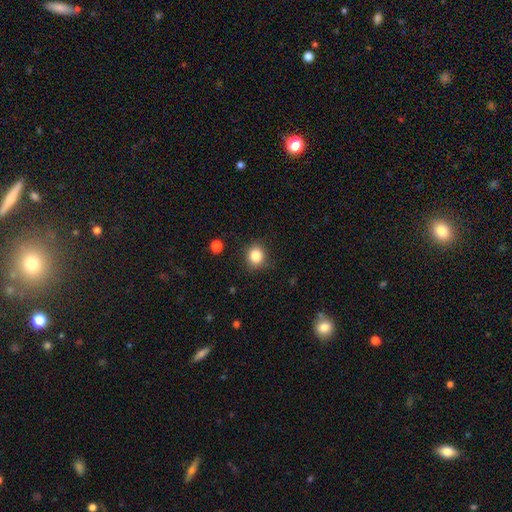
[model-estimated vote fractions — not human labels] This is clearly a smooth galaxy (84%). How rounded: clearly round (83%). Merging: clearly none (88%).